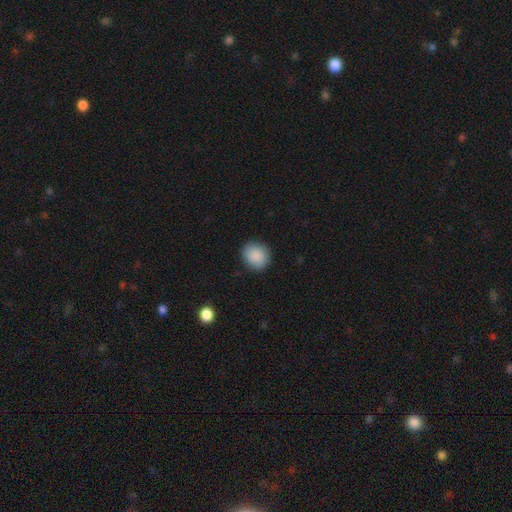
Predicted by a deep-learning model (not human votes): Morphology: type=smooth (89%); roundness=round (74%); merging=none (87%).